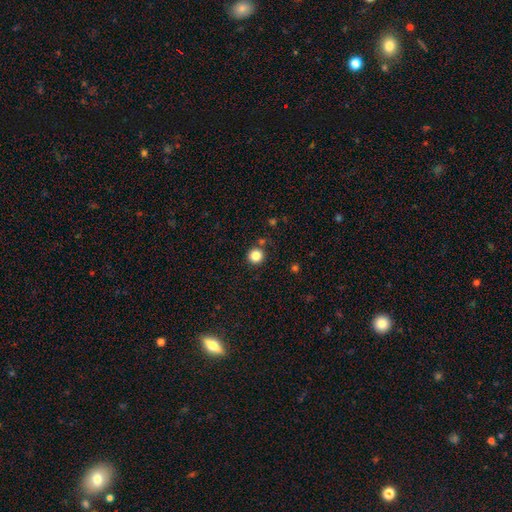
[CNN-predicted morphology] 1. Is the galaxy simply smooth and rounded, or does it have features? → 85% smooth, 11% star or artifact, 4% featured or disk.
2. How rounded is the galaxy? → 95% round, 4% in between, 1% cigar-shaped.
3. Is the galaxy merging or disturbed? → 86% none, 7% minor disturbance, 4% merger, 2% major disturbance.